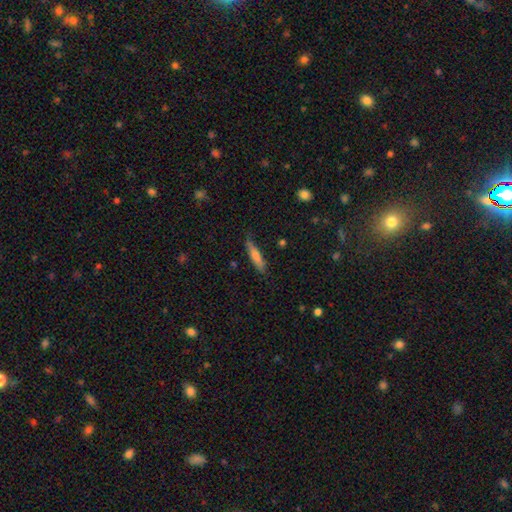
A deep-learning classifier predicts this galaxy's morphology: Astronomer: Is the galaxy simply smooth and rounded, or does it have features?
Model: smooth — 66%.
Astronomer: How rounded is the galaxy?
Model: cigar-shaped — 85%.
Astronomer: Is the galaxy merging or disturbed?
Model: none — 78%.